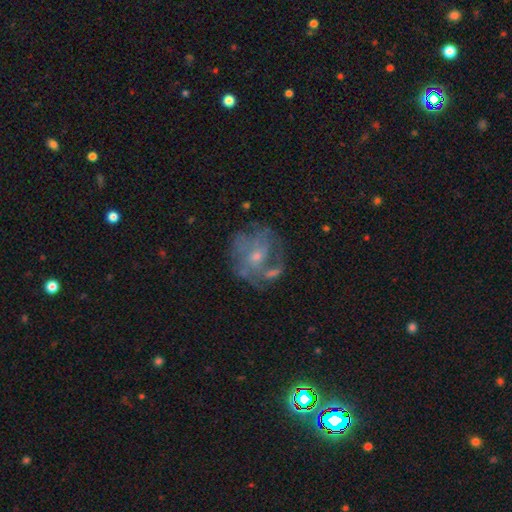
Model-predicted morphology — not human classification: Smooth or featured: featured or disk — 65% (smooth — 23%)
Edge-on disk: no — 97% (yes — 3%)
Bar: no — 74% (weak — 22%)
Spiral arms: yes — 56% (no — 44%)
Bulge size: small — 67% (moderate — 28%)
Merging: none — 50% (minor disturbance — 20%)